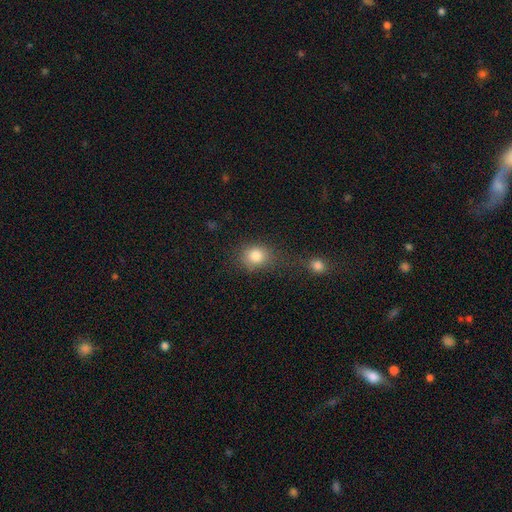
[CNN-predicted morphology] Smooth or featured: smooth — 83% (star or artifact — 11%)
How rounded: round — 71% (in between — 28%)
Merging: none — 58% (merger — 19%)